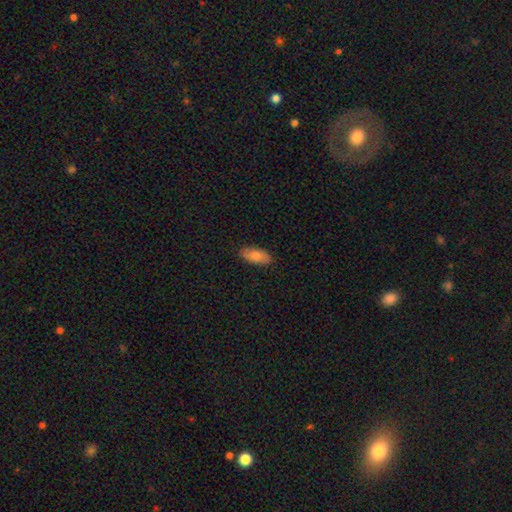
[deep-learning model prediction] smooth_or_featured: smooth (p=0.74) [alt: featured or disk p=0.19]
how_rounded: in between (p=0.89) [alt: cigar-shaped p=0.09]
merging: none (p=0.88) [alt: minor disturbance p=0.10]